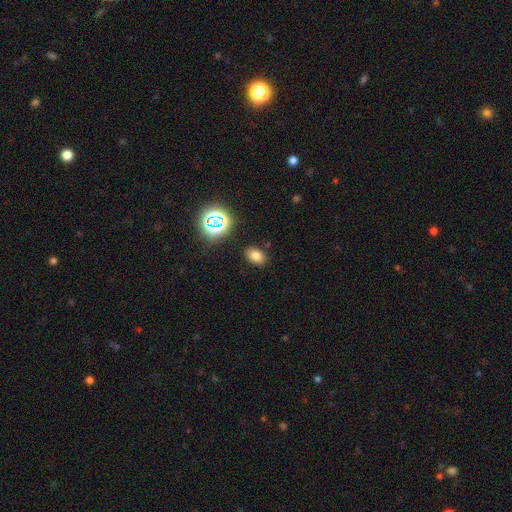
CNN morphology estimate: smooth 73%, star or artifact 19%, featured or disk 8%. Down the decision tree: how rounded — in between (80%); merging — none (86%).